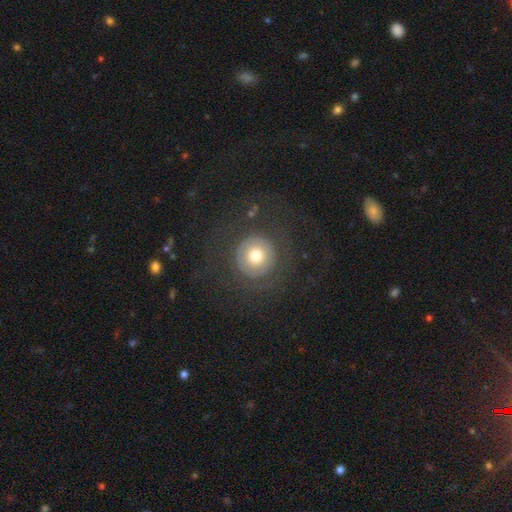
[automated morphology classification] This appears to be a smooth galaxy with no disk features (62%) that is round (95%). Merging: none (75%).